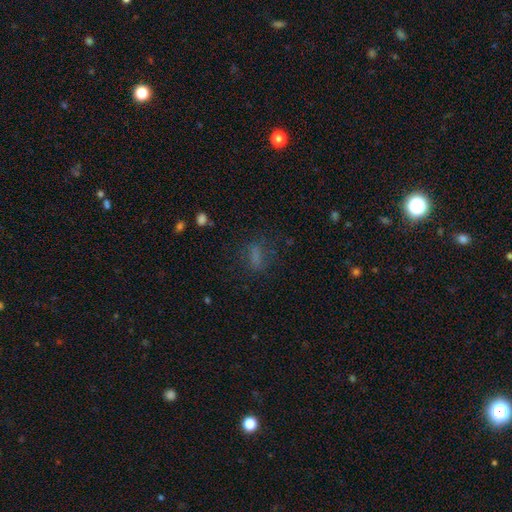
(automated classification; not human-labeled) This appears to be a smooth galaxy with no disk features (66%) that is in between round and cigar-shaped (60%). Merging: none (69%).